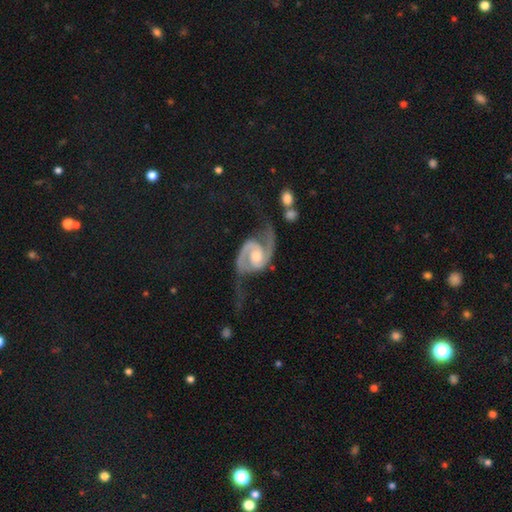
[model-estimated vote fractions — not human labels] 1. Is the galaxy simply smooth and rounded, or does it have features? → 92% featured or disk, 4% star or artifact, 4% smooth.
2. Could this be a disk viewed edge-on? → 98% no, 2% yes.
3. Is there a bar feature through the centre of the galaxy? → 53% no, 37% weak, 10% strong.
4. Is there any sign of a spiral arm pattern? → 98% yes, 2% no.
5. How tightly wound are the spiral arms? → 49% medium, 33% loose, 18% tight.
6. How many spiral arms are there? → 93% 2, 2% 1, 2% can't tell, 1% 3, 1% 4, 1% more than 4.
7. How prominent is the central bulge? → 61% moderate, 20% small, 13% large, 4% none, 2% dominant.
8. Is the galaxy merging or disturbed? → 51% none, 24% major disturbance, 20% minor disturbance, 5% merger.